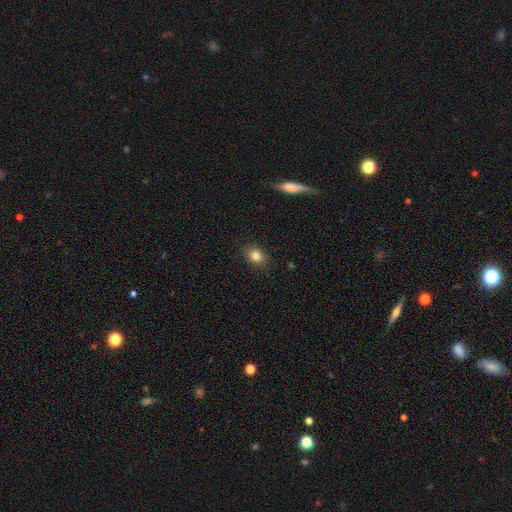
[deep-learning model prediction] Overall: smooth (82%). How rounded: in between (54%; round 45%). Merging: none (87%).